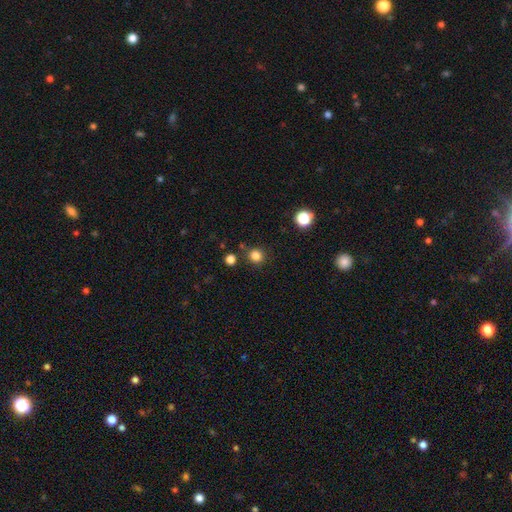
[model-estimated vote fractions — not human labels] smooth_or_featured: smooth (p=0.82) [alt: star or artifact p=0.14]
how_rounded: round (p=0.91) [alt: in between p=0.08]
merging: none (p=0.85) [alt: minor disturbance p=0.08]